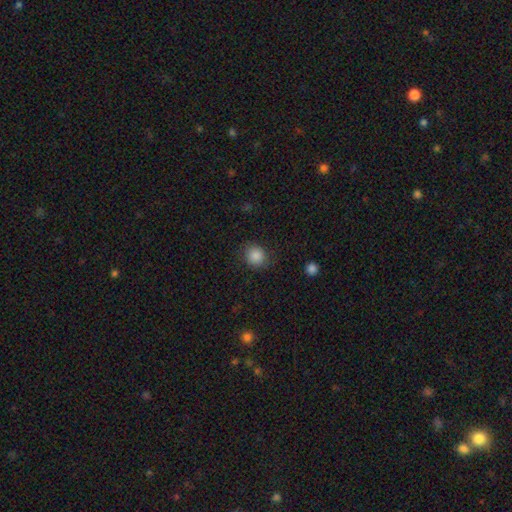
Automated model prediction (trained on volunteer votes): A smooth galaxy with no disk features (87%) that is round (84%). Merging: none (81%).